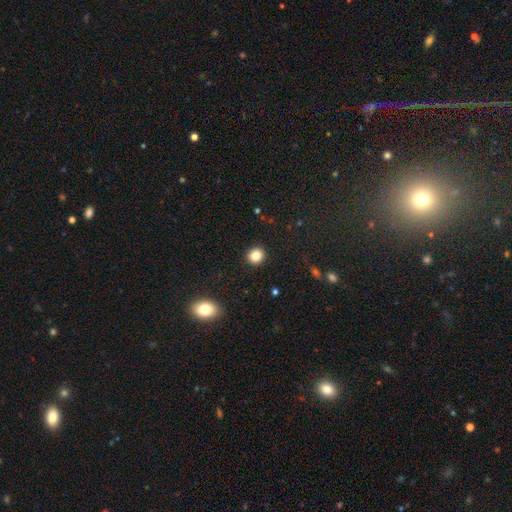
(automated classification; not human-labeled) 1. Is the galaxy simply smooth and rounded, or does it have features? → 84% smooth, 11% star or artifact, 5% featured or disk.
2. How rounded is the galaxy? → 88% round, 11% in between, 1% cigar-shaped.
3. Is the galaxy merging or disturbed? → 92% none, 5% minor disturbance, 2% major disturbance, 1% merger.